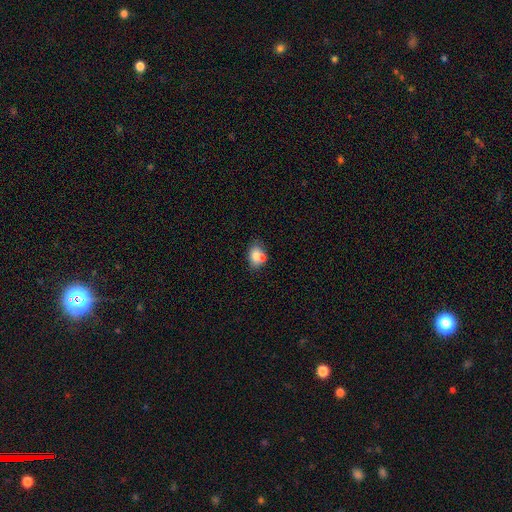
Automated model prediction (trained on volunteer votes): Overall: smooth (74%). How rounded: in between (73%). Merging: none (50%; merger 31%).